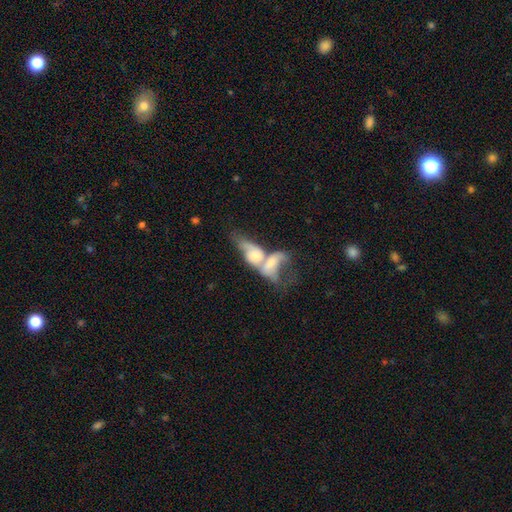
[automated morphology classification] Smooth or featured?
  - featured or disk: 53% *
  - smooth: 36%
  - star or artifact: 11%
Edge-on disk?
  - no: 81% *
  - yes: 19%
Merging?
  - merger: 73% *
  - major disturbance: 13%
  - none: 9%
  - minor disturbance: 5%